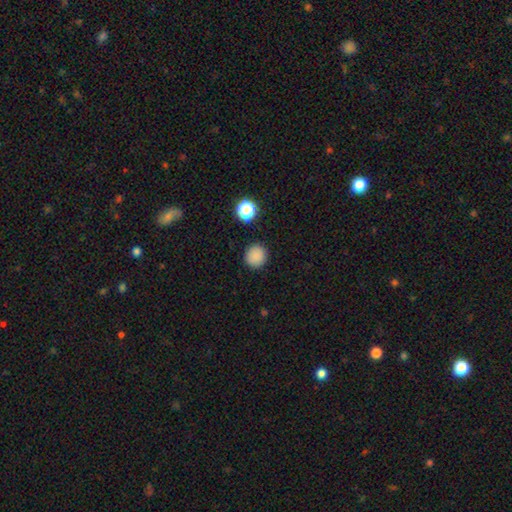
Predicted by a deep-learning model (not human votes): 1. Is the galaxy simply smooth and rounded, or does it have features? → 85% smooth, 11% star or artifact, 3% featured or disk.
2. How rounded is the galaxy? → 93% round, 6% in between, 1% cigar-shaped.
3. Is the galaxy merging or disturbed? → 91% none, 6% minor disturbance, 2% major disturbance, 2% merger.